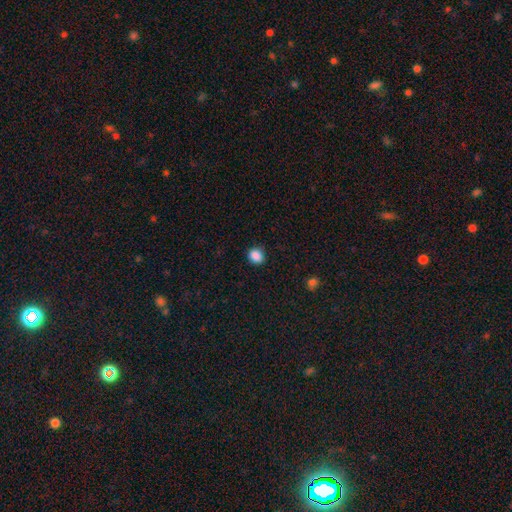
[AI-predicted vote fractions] Smooth or featured? Predicted: smooth (p=0.88). How rounded? Predicted: round (p=0.66). Merging? Predicted: none (p=0.89).